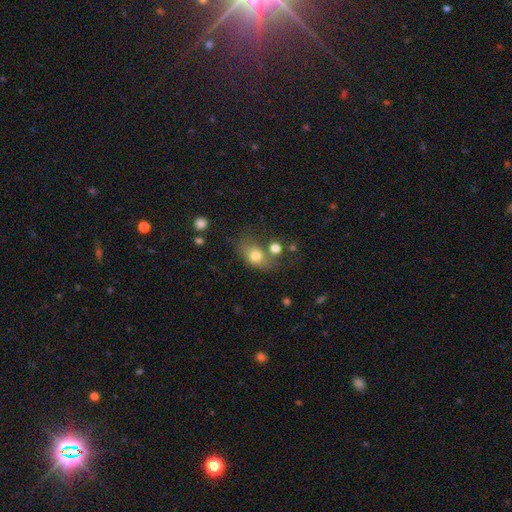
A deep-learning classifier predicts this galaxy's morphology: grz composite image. It shows a smooth galaxy with no disk features (76%) that is in between round and cigar-shaped (65%). Merging: none (45%).